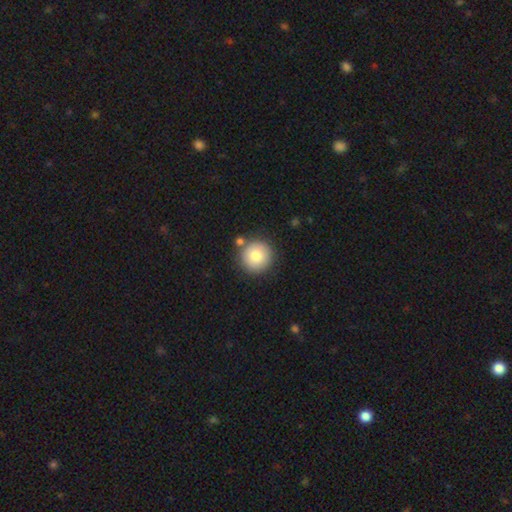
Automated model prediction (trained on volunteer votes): smooth 81%, featured or disk 11%, star or artifact 8%. Down the decision tree: how rounded — round (95%); merging — none (81%).